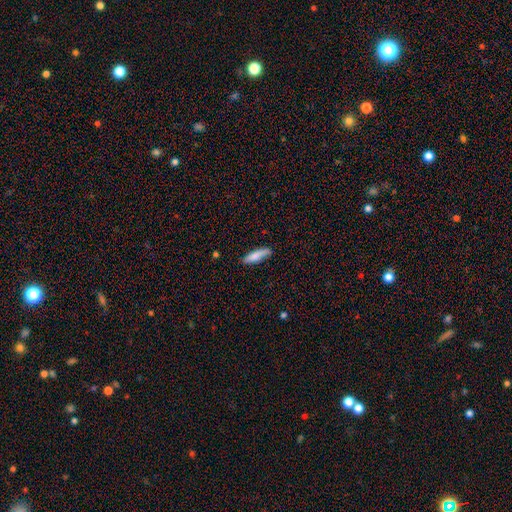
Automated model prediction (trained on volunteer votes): The model was most divided on "how rounded": cigar-shaped: 64%, in between: 34%, round: 2%. More confident: smooth or featured — smooth (81%); merging — none (78%).